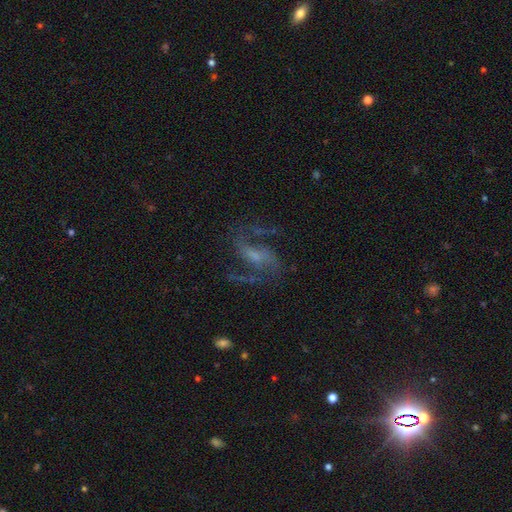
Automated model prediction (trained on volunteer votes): Smooth or featured?
  - featured or disk: 81% *
  - star or artifact: 10%
  - smooth: 9%
Edge-on disk?
  - no: 96% *
  - yes: 4%
Bar?
  - weak: 46% *
  - no: 30%
  - strong: 24%
Spiral arms?
  - yes: 93% *
  - no: 7%
Spiral winding?
  - loose: 46% *
  - medium: 44%
  - tight: 10%
Spiral arm count?
  - 2: 76% *
  - 3: 8%
  - can't tell: 7%
  - 1: 4%
  - 4: 3%
  - more than 4: 2%
Bulge size?
  - small: 44% *
  - moderate: 29%
  - none: 21%
  - large: 5%
  - dominant: 1%
Merging?
  - none: 60% *
  - major disturbance: 22%
  - minor disturbance: 16%
  - merger: 3%